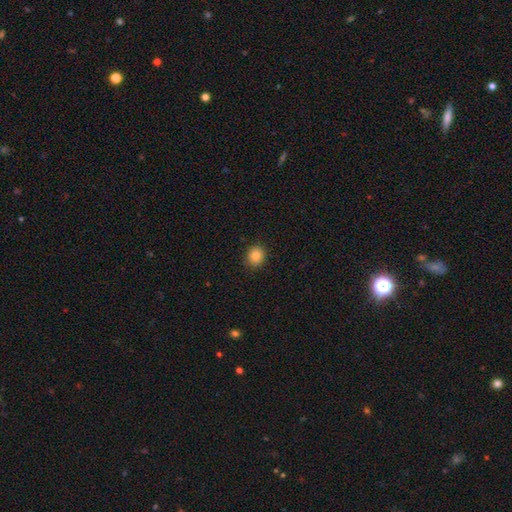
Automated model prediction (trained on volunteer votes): A smooth galaxy with no disk features (84%) that is round (81%).

Vote fractions:
- Smooth or featured? smooth: 84% / star or artifact: 10% / featured or disk: 6%
- How rounded? round: 81% / in between: 18% / cigar-shaped: 1%
- Merging? none: 90% / minor disturbance: 7% / major disturbance: 2% / merger: 1%